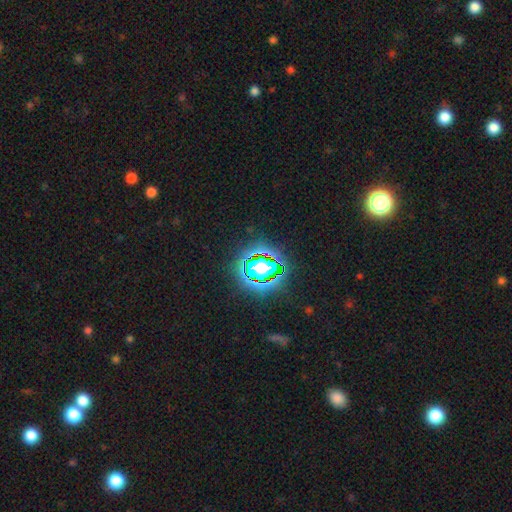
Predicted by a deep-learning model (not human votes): Smooth or featured? Predicted: star or artifact (p=0.75).